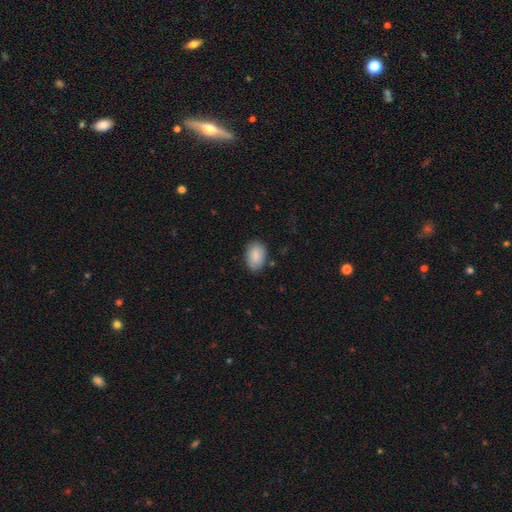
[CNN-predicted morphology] Smooth or featured?
  - smooth: 85% *
  - featured or disk: 8%
  - star or artifact: 7%
How rounded?
  - in between: 86% *
  - round: 13%
  - cigar-shaped: 1%
Merging?
  - none: 81% *
  - minor disturbance: 14%
  - major disturbance: 3%
  - merger: 2%